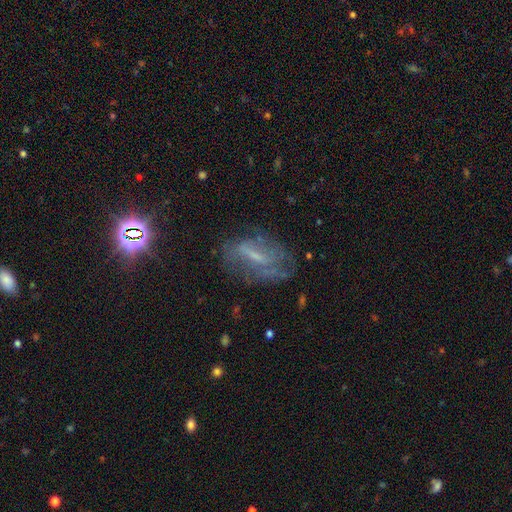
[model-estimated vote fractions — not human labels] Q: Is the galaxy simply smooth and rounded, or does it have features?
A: featured or disk — 55%.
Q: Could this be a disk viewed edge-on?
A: no — 87%.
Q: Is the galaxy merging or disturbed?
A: none — 58%.